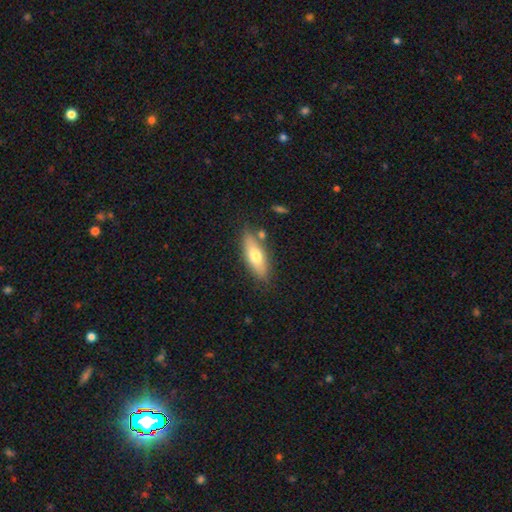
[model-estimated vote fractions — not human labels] smooth 65%, featured or disk 28%, star or artifact 6%. Down the decision tree: how rounded — in between (64%); merging — none (77%).